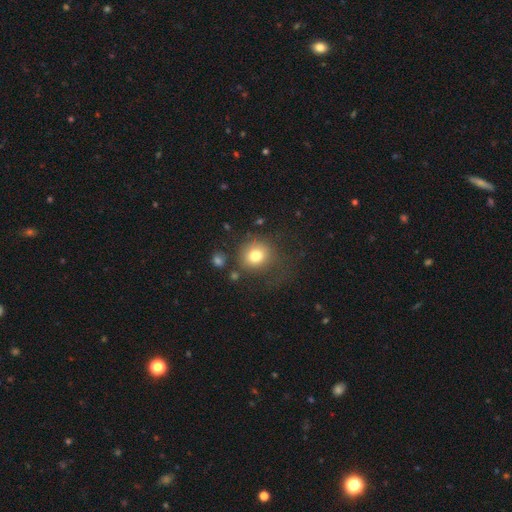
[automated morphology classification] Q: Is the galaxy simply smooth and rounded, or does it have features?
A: smooth — 77%.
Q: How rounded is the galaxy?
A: round — 85%.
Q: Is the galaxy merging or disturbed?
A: none — 64%.